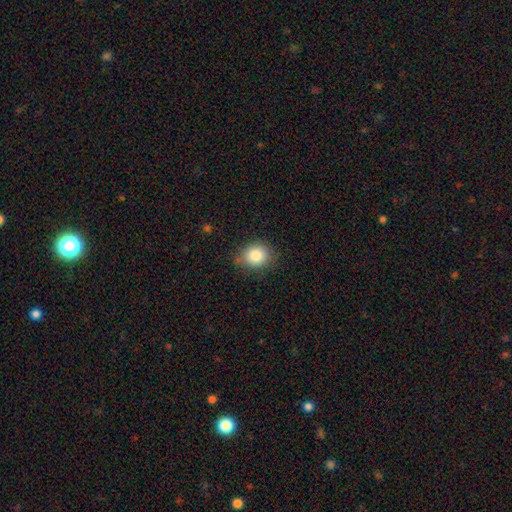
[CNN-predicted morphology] Q: Smooth or featured?
A: smooth (83%); runner-up: star or artifact (10%)
Q: How rounded?
A: round (71%); runner-up: in between (28%)
Q: Merging?
A: none (75%); runner-up: minor disturbance (20%)